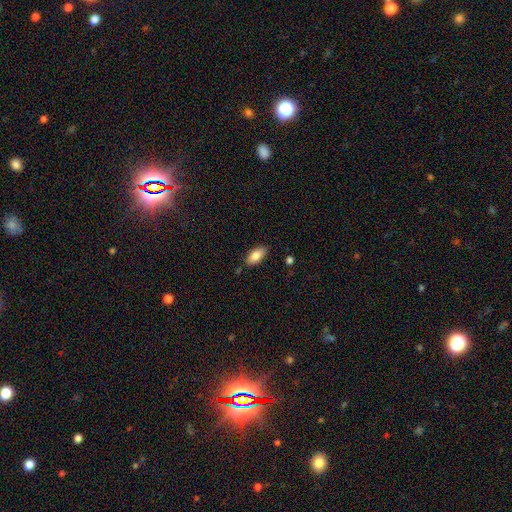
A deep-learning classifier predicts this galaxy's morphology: The model was most divided on "merging": none: 83%, minor disturbance: 13%, major disturbance: 2%, merger: 2%. More confident: how rounded — in between (90%); smooth or featured — smooth (83%).